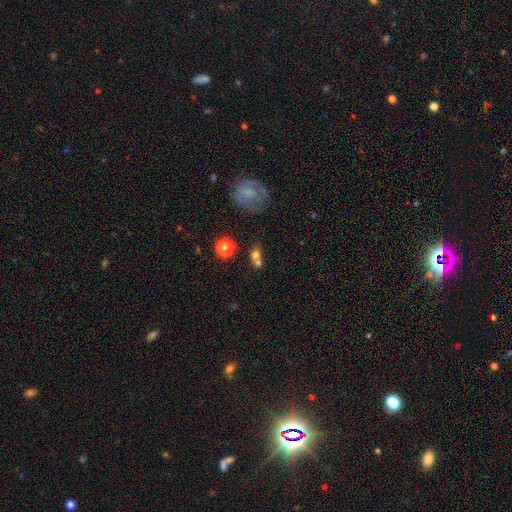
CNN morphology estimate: type=smooth (69%); roundness=round (66%); merging=merger (52%).